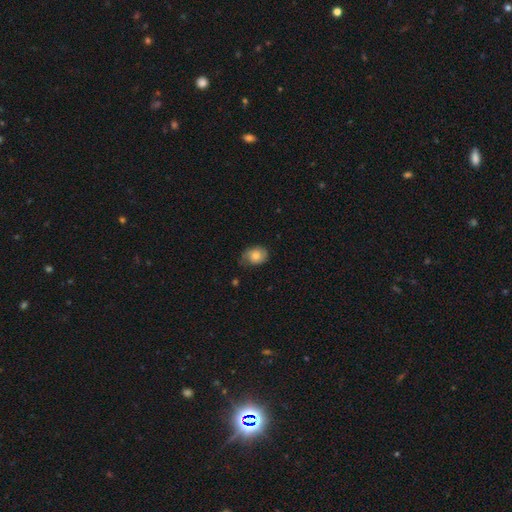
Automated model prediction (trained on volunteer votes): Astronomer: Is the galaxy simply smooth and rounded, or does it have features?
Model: smooth — 69%.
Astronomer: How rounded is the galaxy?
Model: in between — 61% (runner-up: round, 38%).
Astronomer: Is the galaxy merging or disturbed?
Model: none — 56% (runner-up: minor disturbance, 33%).